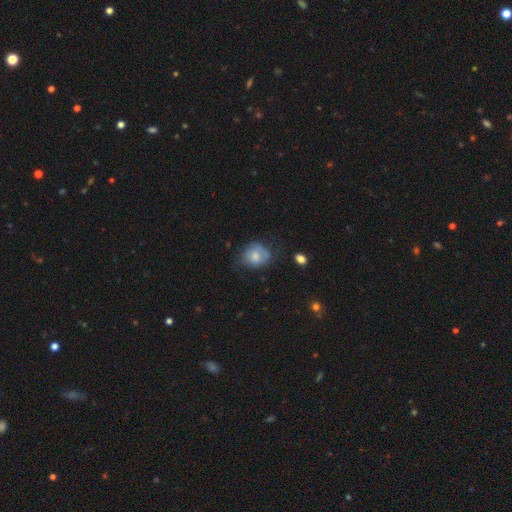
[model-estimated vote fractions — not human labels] This is likely a smooth galaxy (70%). How rounded: likely round (62%). Merging: possibly none (49%).